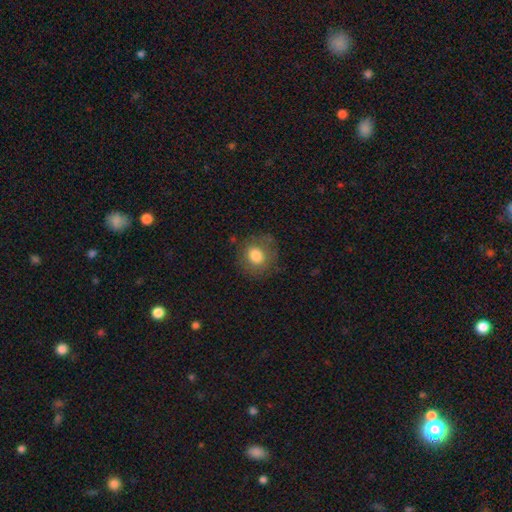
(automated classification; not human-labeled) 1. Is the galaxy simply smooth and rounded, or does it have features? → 78% smooth, 13% featured or disk, 10% star or artifact.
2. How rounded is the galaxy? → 79% round, 20% in between, 1% cigar-shaped.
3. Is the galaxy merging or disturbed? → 75% none, 16% minor disturbance, 7% major disturbance, 2% merger.